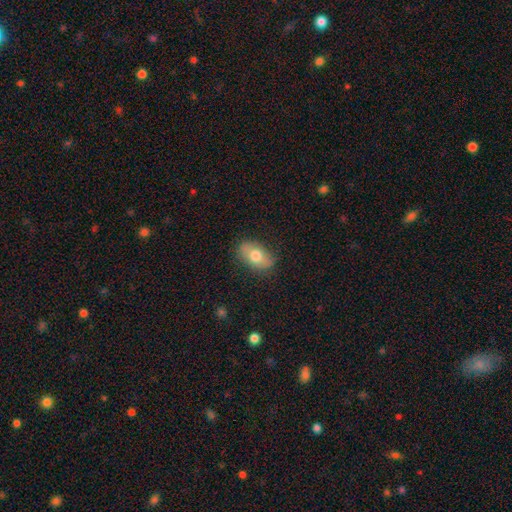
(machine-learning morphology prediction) Q: Smooth or featured?
A: smooth (68%); runner-up: featured or disk (25%)
Q: How rounded?
A: in between (87%); runner-up: round (11%)
Q: Merging?
A: none (80%); runner-up: minor disturbance (15%)